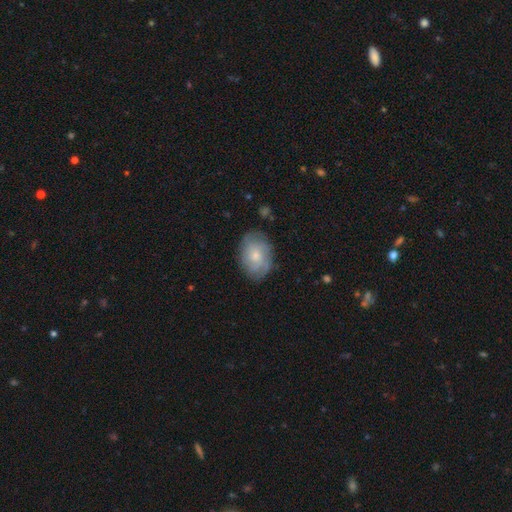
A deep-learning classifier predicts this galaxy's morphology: Smooth or featured: featured or disk — 49% (smooth — 44%)
Merging: none — 75% (minor disturbance — 18%)